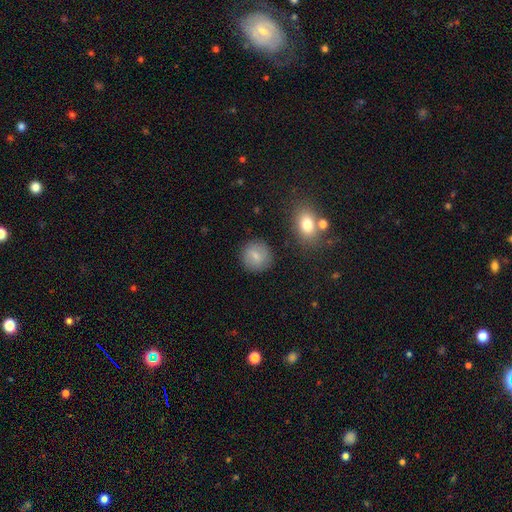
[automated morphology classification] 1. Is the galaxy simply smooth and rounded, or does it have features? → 74% smooth, 17% featured or disk, 9% star or artifact.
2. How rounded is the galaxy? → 86% round, 13% in between, 1% cigar-shaped.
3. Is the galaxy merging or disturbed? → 85% none, 9% minor disturbance, 3% merger, 3% major disturbance.